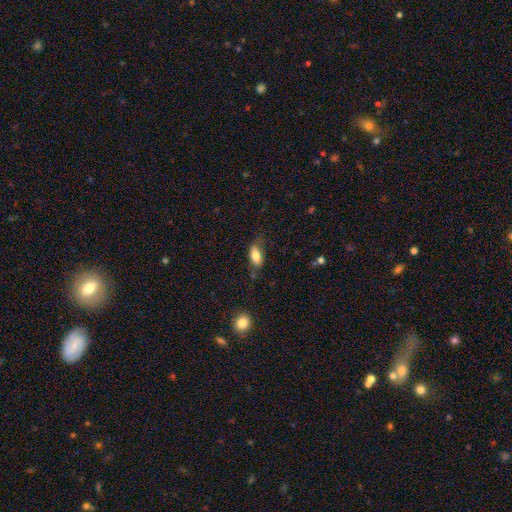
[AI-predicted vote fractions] smooth 80%, featured or disk 12%, star or artifact 8%. Down the decision tree: how rounded — in between (88%); merging — none (69%).